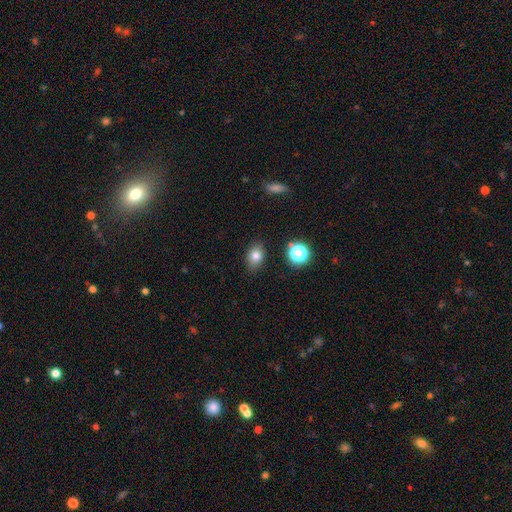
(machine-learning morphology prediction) smooth-or-featured: smooth: 78% | star or artifact: 13% | featured or disk: 9%
  how-rounded: in between: 72% | round: 26% | cigar-shaped: 1%
  merging: none: 85% | minor disturbance: 10% | major disturbance: 3% | merger: 2%